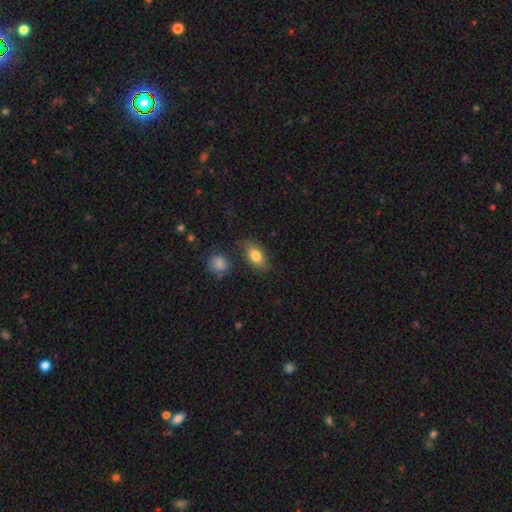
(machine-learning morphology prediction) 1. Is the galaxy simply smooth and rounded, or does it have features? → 82% smooth, 11% featured or disk, 7% star or artifact.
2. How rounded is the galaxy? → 89% in between, 7% round, 4% cigar-shaped.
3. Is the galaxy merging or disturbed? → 78% none, 14% minor disturbance, 4% merger, 4% major disturbance.